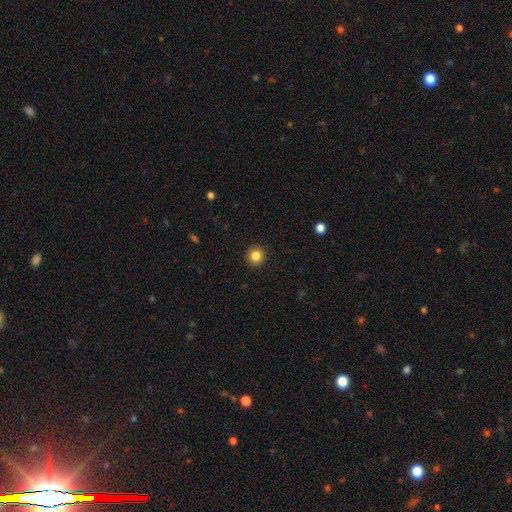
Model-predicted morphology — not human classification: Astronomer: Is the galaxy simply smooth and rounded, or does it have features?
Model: smooth — 84%.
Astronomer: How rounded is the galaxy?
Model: round — 94%.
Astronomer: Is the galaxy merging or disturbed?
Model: none — 93%.